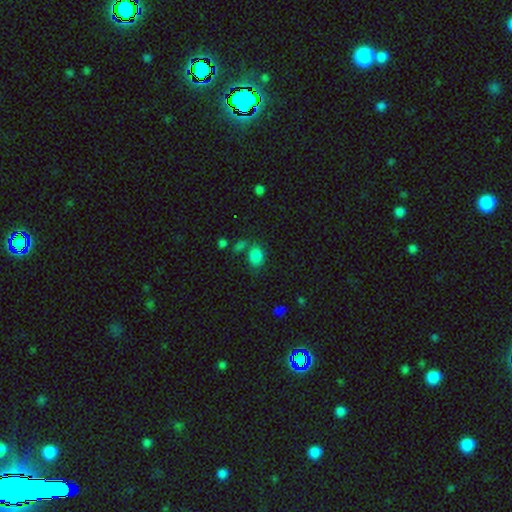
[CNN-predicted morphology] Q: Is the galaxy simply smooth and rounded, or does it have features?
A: smooth — 83%.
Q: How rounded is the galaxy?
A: in between — 63%.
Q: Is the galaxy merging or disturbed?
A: none — 62%.